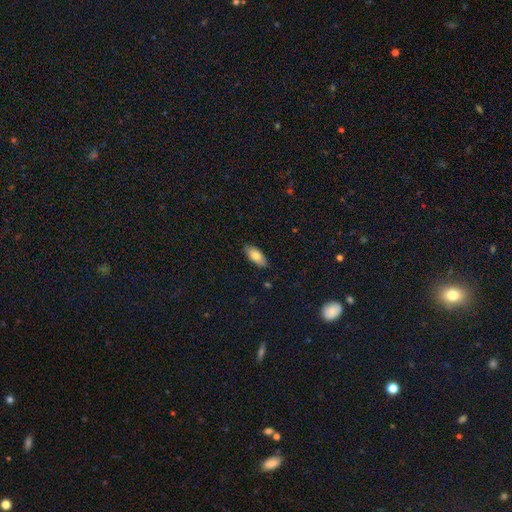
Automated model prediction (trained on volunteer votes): This appears to be a smooth galaxy with no disk features (78%) that is in between round and cigar-shaped (87%). Merging: none (86%).